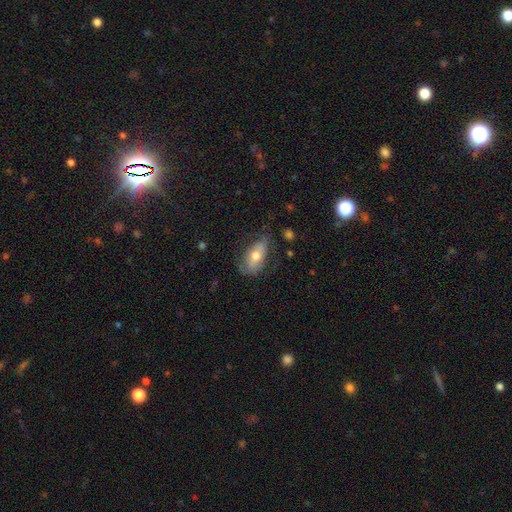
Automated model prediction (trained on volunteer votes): smooth_or_featured: smooth (p=0.59) [alt: featured or disk p=0.34]
how_rounded: in between (p=0.89) [alt: round p=0.06]
merging: none (p=0.57) [alt: minor disturbance p=0.29]